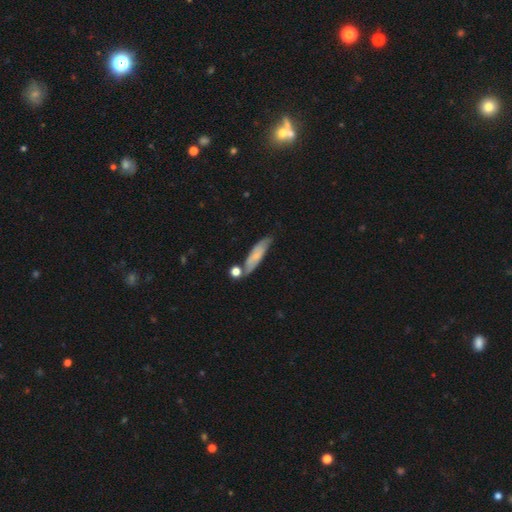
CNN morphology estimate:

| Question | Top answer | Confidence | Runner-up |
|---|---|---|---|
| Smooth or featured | smooth | 59% | featured or disk (34%) |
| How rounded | cigar-shaped | 64% | in between (33%) |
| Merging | none | 59% | minor disturbance (22%) |